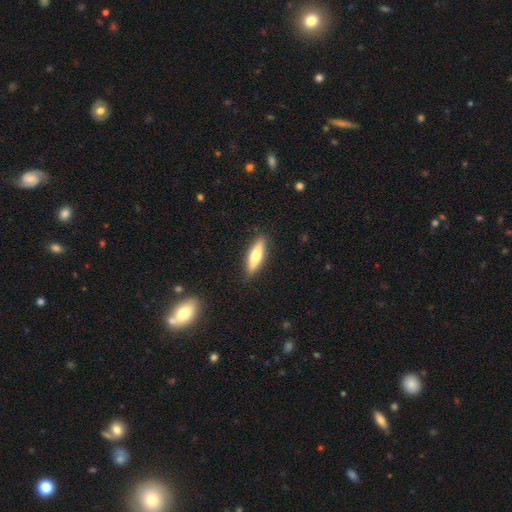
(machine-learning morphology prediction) Smooth or featured?
  - smooth: 62% *
  - featured or disk: 32%
  - star or artifact: 6%
How rounded?
  - cigar-shaped: 61% *
  - in between: 37%
  - round: 2%
Merging?
  - none: 88% *
  - minor disturbance: 9%
  - major disturbance: 2%
  - merger: 1%